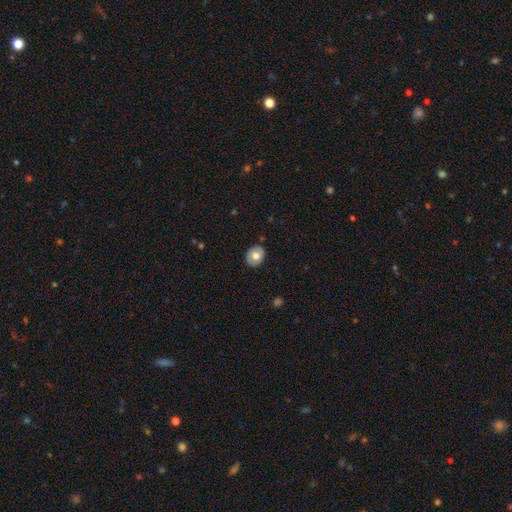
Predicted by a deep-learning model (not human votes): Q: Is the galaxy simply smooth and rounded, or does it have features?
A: smooth — 67%.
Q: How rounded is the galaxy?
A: round — 52%.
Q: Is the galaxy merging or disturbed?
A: none — 86%.